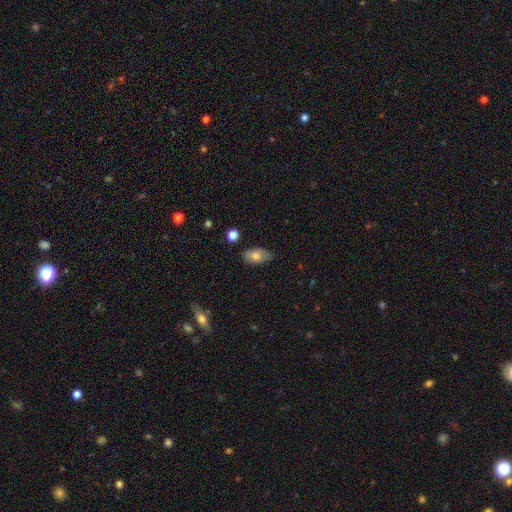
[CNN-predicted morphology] This is likely a smooth galaxy (74%). How rounded: clearly in between (91%). Merging: likely none (77%).